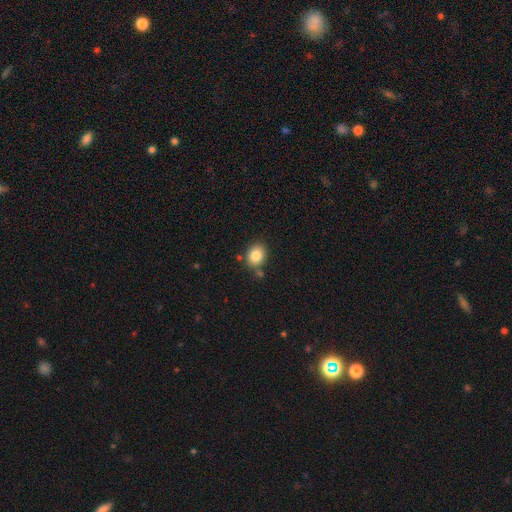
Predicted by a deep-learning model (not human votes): A smooth galaxy with no disk features (83%) that is round (55%).

Vote fractions:
- Smooth or featured? smooth: 83% / star or artifact: 9% / featured or disk: 7%
- How rounded? round: 55% / in between: 44% / cigar-shaped: 1%
- Merging? none: 76% / minor disturbance: 13% / merger: 8% / major disturbance: 3%